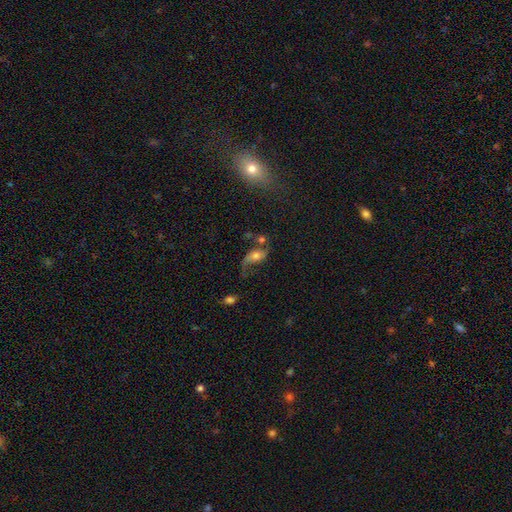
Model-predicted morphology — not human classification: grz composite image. It shows a featured or disk galaxy (52%). Merging: none (34%).